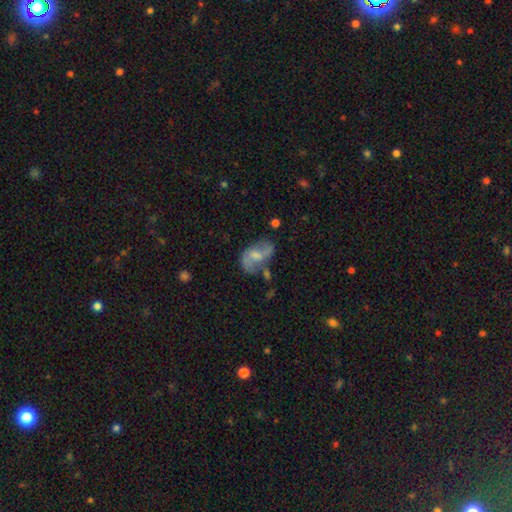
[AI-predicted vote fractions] Smooth or featured? Predicted: featured or disk (p=0.61). Edge-on disk? Predicted: no (p=0.96). Bar? Predicted: weak (p=0.50). Spiral arms? Predicted: yes (p=0.79). Bulge size? Predicted: moderate (p=0.42). Merging? Predicted: none (p=0.50).